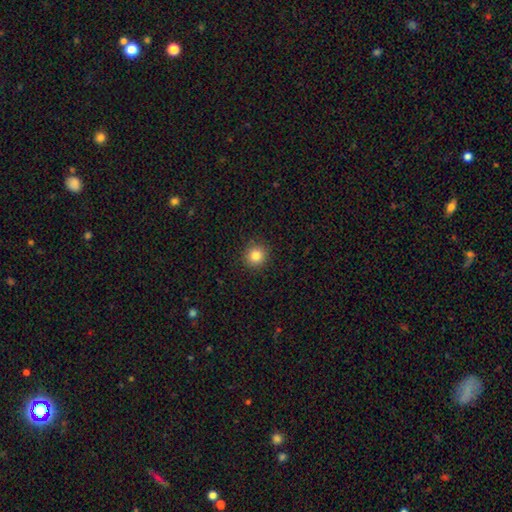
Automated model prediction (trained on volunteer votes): A smooth galaxy with no disk features (83%) that is round (93%). Merging: none (92%).